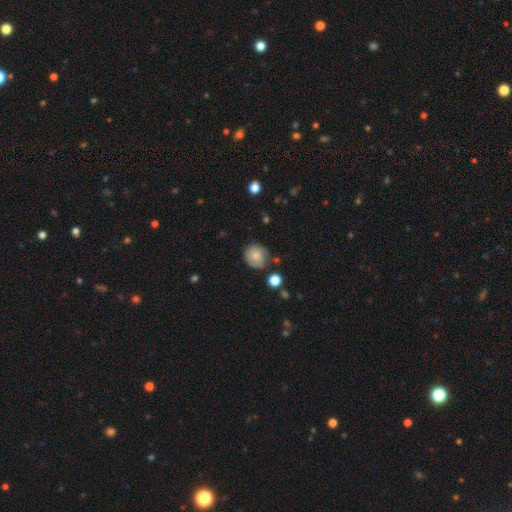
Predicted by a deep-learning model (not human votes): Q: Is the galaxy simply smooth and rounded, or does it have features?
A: smooth — 73%.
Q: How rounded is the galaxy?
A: round — 83%.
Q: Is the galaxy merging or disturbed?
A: none — 73%.